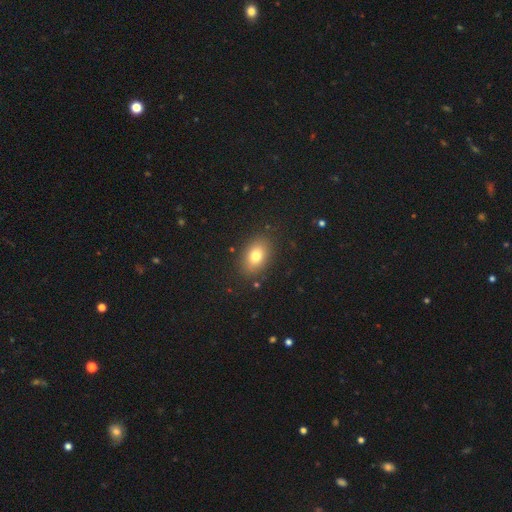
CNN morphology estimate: Smooth or featured?
  - smooth: 77% *
  - featured or disk: 13%
  - star or artifact: 10%
How rounded?
  - in between: 81% *
  - round: 17%
  - cigar-shaped: 2%
Merging?
  - none: 86% *
  - minor disturbance: 10%
  - major disturbance: 3%
  - merger: 1%